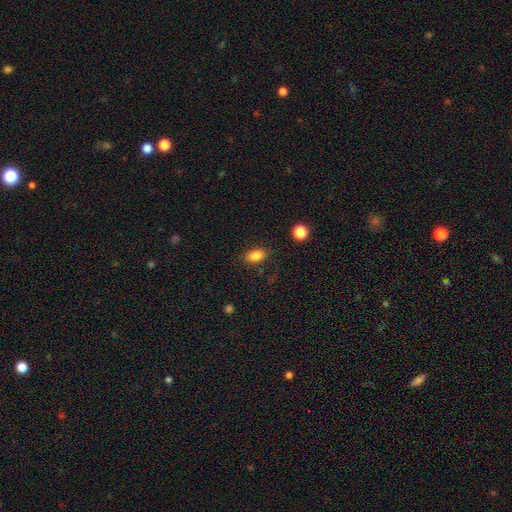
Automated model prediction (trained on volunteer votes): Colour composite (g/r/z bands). It shows a smooth galaxy with no disk features (84%) that is in between round and cigar-shaped (84%). Merging: none (80%).